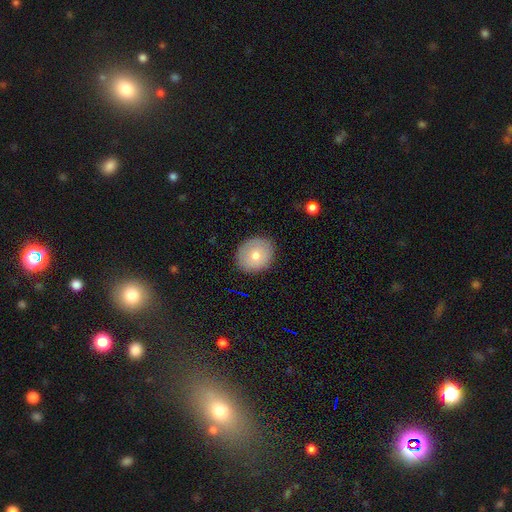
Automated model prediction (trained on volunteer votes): This appears to be a smooth galaxy with no disk features (70%) that is round (68%). Merging: none (85%).